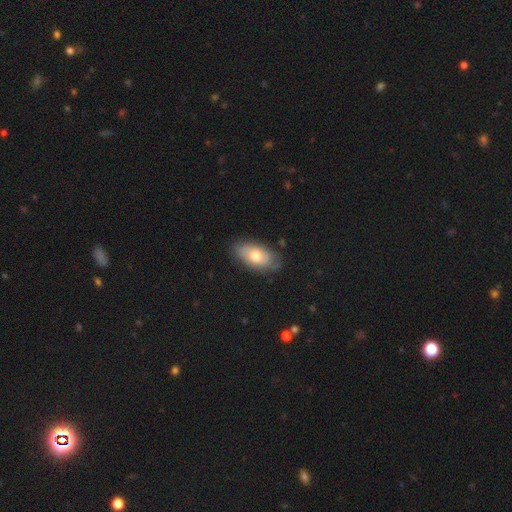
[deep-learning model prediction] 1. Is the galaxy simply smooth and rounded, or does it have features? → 62% smooth, 32% featured or disk, 6% star or artifact.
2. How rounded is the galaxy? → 92% in between, 5% round, 3% cigar-shaped.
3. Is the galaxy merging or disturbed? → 72% none, 22% minor disturbance, 5% major disturbance, 2% merger.